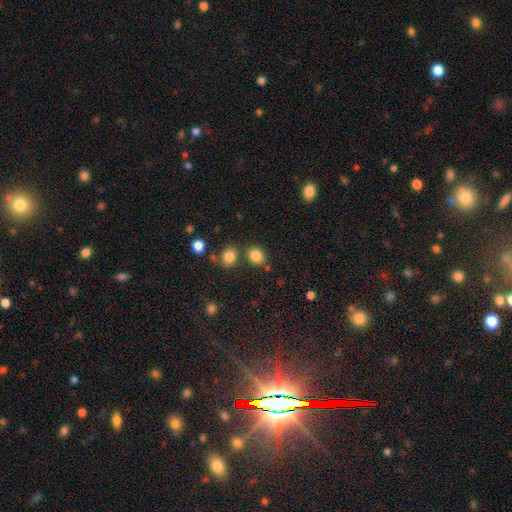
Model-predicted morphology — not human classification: This appears to be a smooth galaxy with no disk features (84%) that is round (68%). Merging: none (76%).